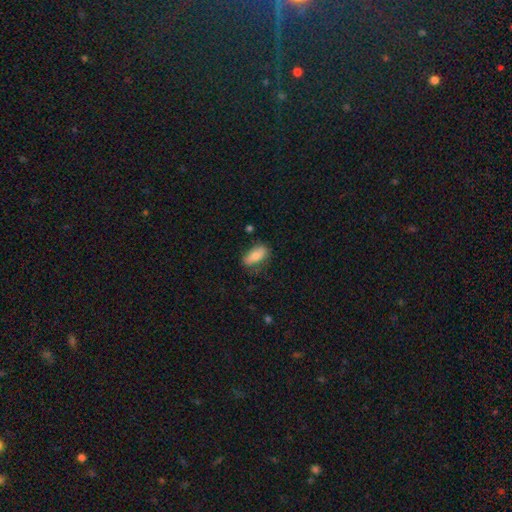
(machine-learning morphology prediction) Smooth or featured? Predicted: smooth (p=0.76). How rounded? Predicted: in between (p=0.83). Merging? Predicted: none (p=0.72).